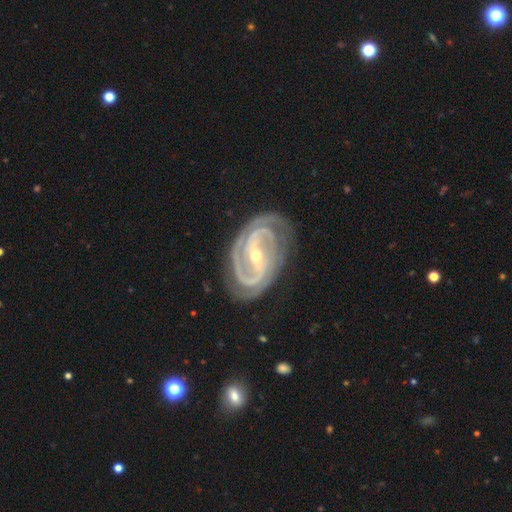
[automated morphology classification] Q: Smooth or featured?
A: featured or disk (93%); runner-up: star or artifact (4%)
Q: Edge-on disk?
A: no (97%); runner-up: yes (3%)
Q: Bar?
A: strong (61%); runner-up: weak (28%)
Q: Spiral arms?
A: yes (98%); runner-up: no (2%)
Q: Spiral winding?
A: tight (57%); runner-up: medium (36%)
Q: Spiral arm count?
A: 2 (55%); runner-up: 3 (24%)
Q: Bulge size?
A: small (59%); runner-up: moderate (39%)
Q: Merging?
A: none (74%); runner-up: minor disturbance (18%)